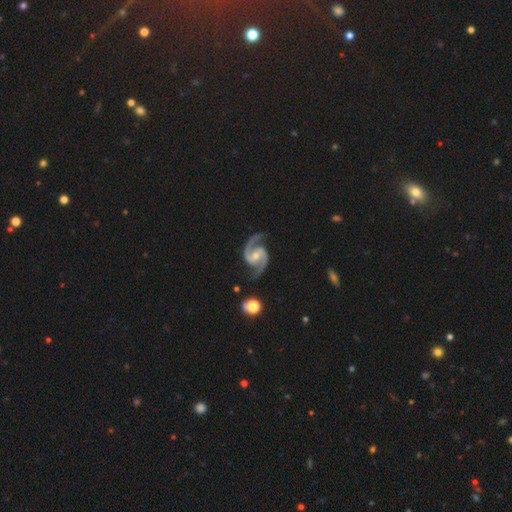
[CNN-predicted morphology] Overall: featured or disk (94%). Edge-on disk: no (98%). Bar: weak (41%, tied with no). Spiral arms: yes (99%). Spiral arm count: 2 (94%). Spiral winding: medium (64%). Bulge size: moderate (49%; small 47%). Merging: none (79%).